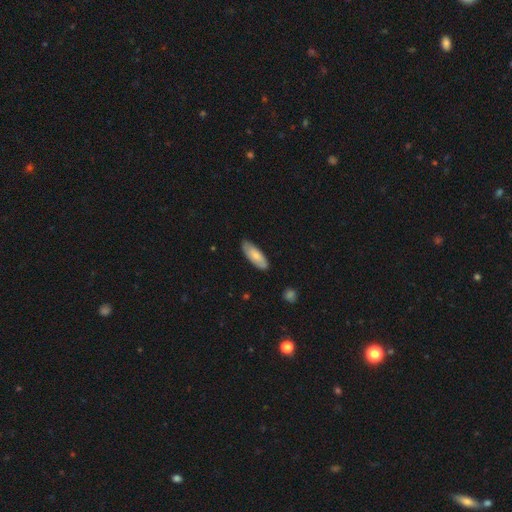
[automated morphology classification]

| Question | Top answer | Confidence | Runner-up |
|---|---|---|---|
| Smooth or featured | smooth | 73% | featured or disk (22%) |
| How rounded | in between | 73% | cigar-shaped (25%) |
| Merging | none | 80% | minor disturbance (16%) |